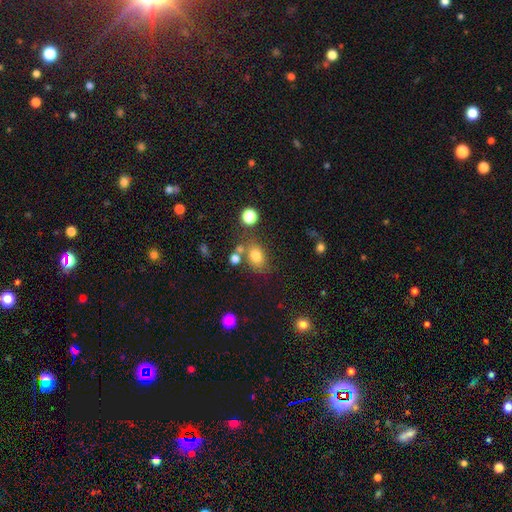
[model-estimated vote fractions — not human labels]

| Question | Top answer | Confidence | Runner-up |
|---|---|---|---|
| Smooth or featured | smooth | 77% | star or artifact (13%) |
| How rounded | in between | 66% | round (32%) |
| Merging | none | 63% | minor disturbance (16%) |